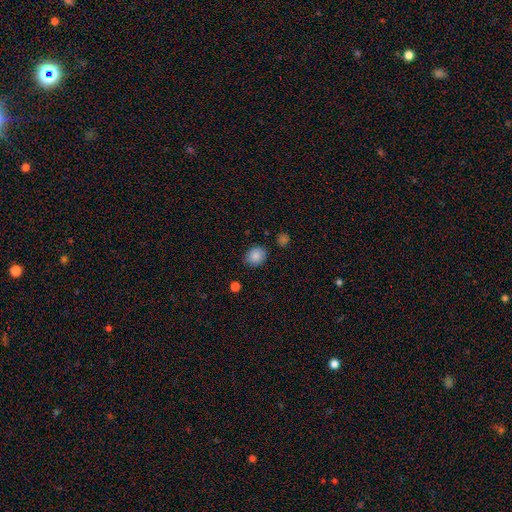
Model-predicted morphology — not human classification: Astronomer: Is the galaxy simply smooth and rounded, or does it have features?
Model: smooth — 86%.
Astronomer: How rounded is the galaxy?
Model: round — 60% (runner-up: in between, 39%).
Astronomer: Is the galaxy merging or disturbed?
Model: none — 84%.